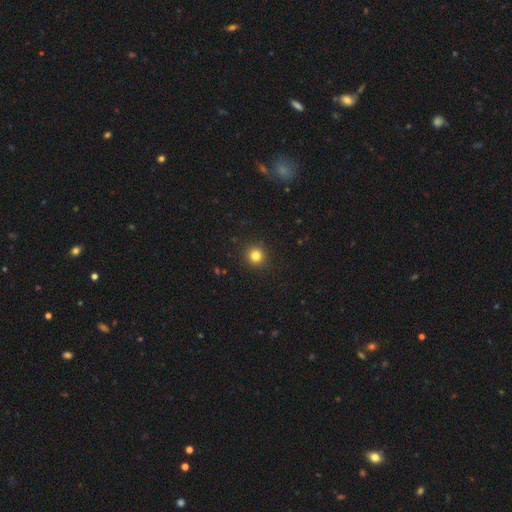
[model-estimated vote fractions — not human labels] smooth-or-featured: smooth: 82% | star or artifact: 13% | featured or disk: 5%
  how-rounded: round: 94% | in between: 5% | cigar-shaped: 1%
  merging: none: 93% | minor disturbance: 5% | major disturbance: 2% | merger: 1%